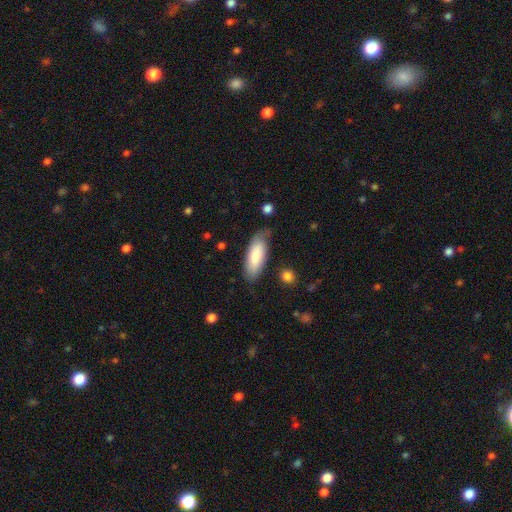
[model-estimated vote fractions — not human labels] smooth 81%, featured or disk 13%, star or artifact 6%. Down the decision tree: how rounded — in between (71%); merging — none (71%).